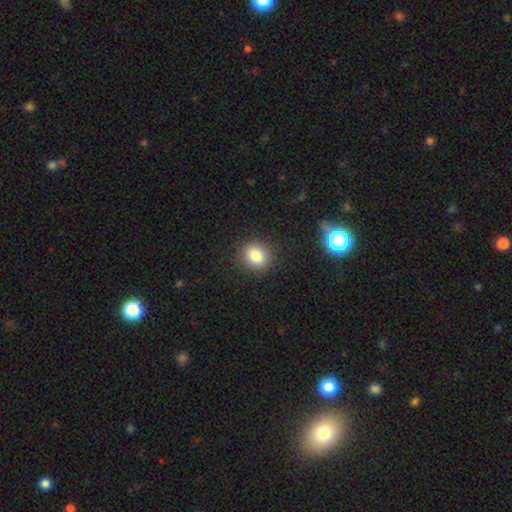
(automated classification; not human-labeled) The model was most divided on "how rounded": round: 69%, in between: 30%, cigar-shaped: 1%. More confident: merging — none (89%); smooth or featured — smooth (83%).